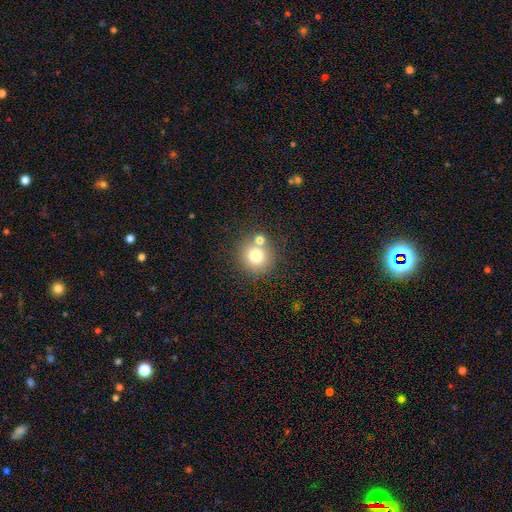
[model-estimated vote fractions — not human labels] Smooth or featured? smooth (75%)
How rounded? round (90%)
Merging? none (67%)